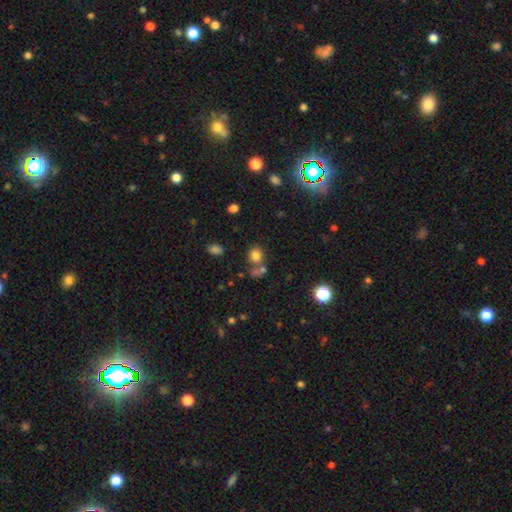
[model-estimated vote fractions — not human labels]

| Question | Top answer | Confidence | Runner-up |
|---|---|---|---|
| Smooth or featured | smooth | 76% | star or artifact (16%) |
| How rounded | round | 72% | in between (27%) |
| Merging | none | 53% | merger (30%) |